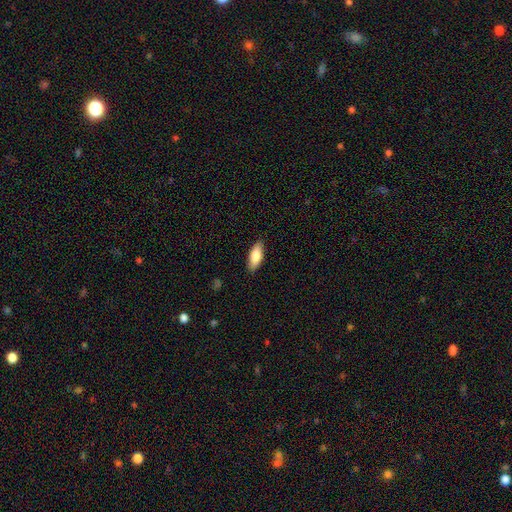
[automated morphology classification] Smooth or featured? smooth (82%)
How rounded? in between (79%)
Merging? none (88%)